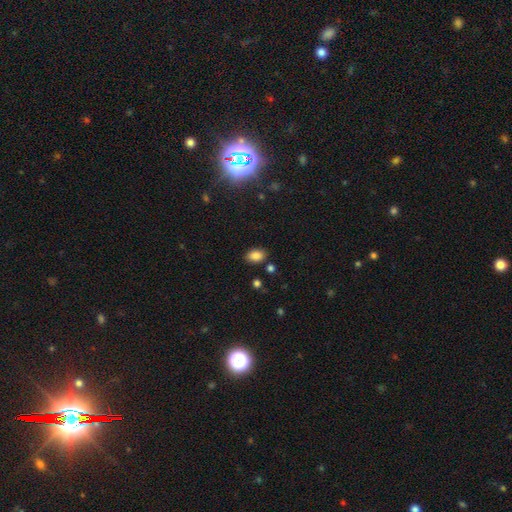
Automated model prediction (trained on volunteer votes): Q: Smooth or featured?
A: smooth (84%); runner-up: star or artifact (10%)
Q: How rounded?
A: in between (83%); runner-up: round (16%)
Q: Merging?
A: none (83%); runner-up: minor disturbance (11%)